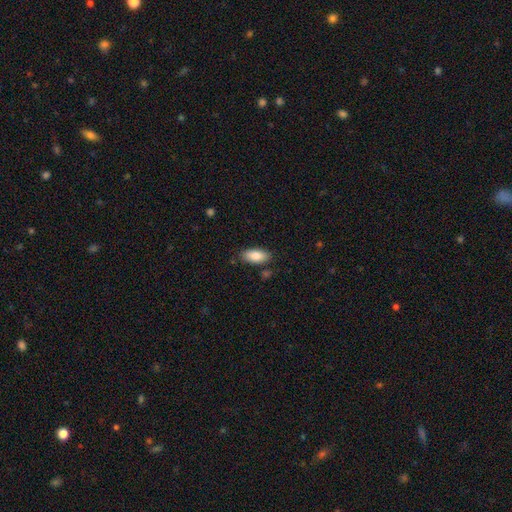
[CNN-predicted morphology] The model was most divided on "merging": none: 84%, minor disturbance: 11%, merger: 3%, major disturbance: 2%. More confident: how rounded — in between (89%); smooth or featured — smooth (85%).